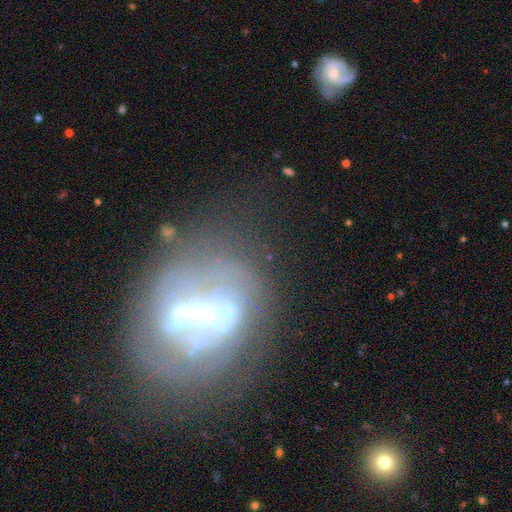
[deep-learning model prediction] Smooth or featured: featured or disk — 70% (smooth — 15%)
Edge-on disk: no — 86% (yes — 14%)
Bar: strong — 62% (no — 19%)
Spiral arms: no — 71% (yes — 29%)
Bulge size: moderate — 32% (none — 27%)
Merging: none — 57% (major disturbance — 19%)